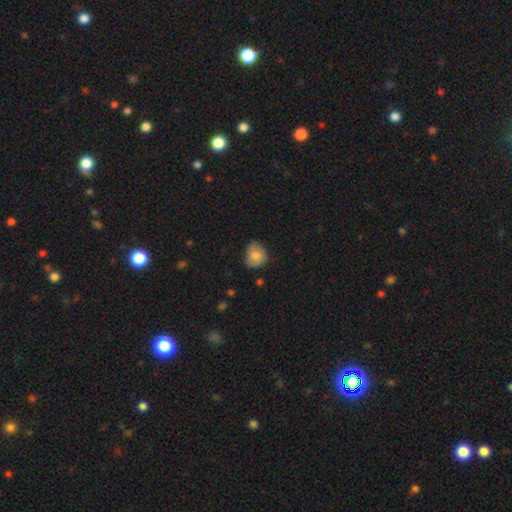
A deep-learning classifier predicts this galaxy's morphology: Smooth or featured: smooth — 76% (featured or disk — 16%)
How rounded: round — 72% (in between — 27%)
Merging: none — 66% (minor disturbance — 27%)